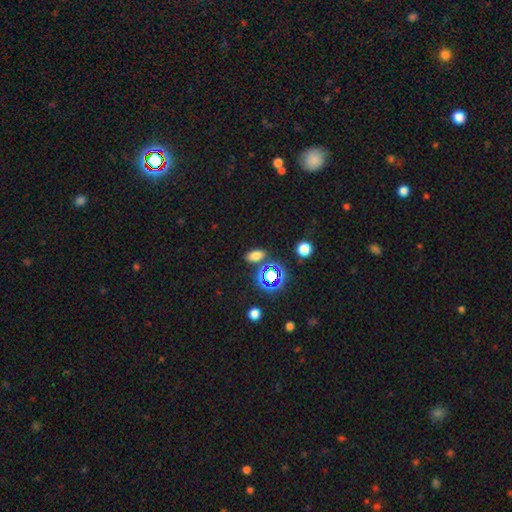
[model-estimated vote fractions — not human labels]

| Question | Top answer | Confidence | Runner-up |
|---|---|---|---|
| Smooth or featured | smooth | 68% | star or artifact (24%) |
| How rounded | in between | 83% | round (12%) |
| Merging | none | 80% | minor disturbance (10%) |